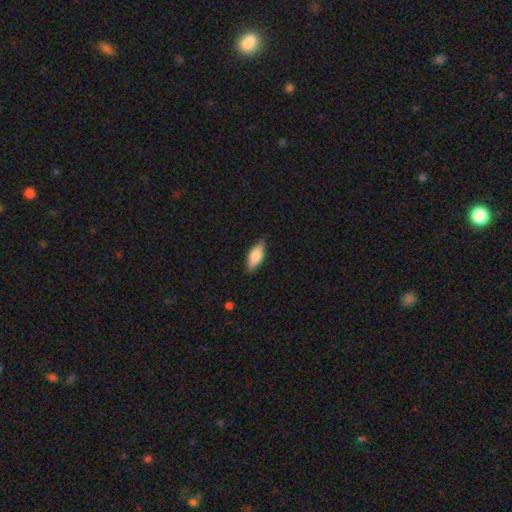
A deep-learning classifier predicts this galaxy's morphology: Smooth or featured? Predicted: smooth (p=0.67). How rounded? Predicted: in between (p=0.73). Merging? Predicted: none (p=0.85).